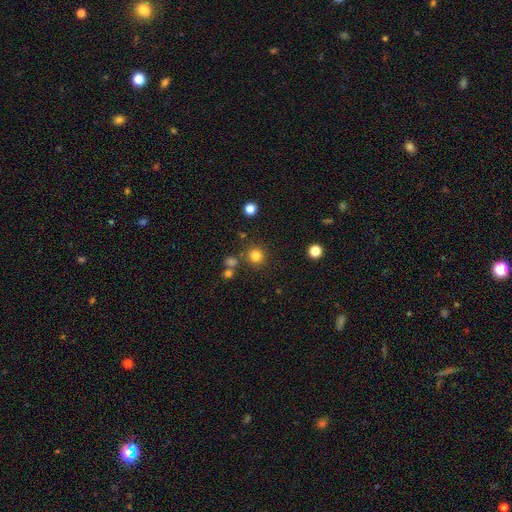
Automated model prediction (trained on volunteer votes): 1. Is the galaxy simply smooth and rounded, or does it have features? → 81% smooth, 14% star or artifact, 5% featured or disk.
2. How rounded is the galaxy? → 93% round, 6% in between, 1% cigar-shaped.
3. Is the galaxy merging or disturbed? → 85% none, 7% minor disturbance, 5% merger, 3% major disturbance.